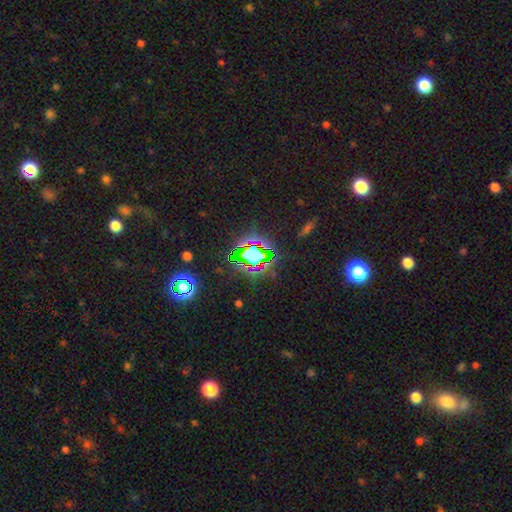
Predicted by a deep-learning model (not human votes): star or artifact 70%, smooth 17%, featured or disk 13%.